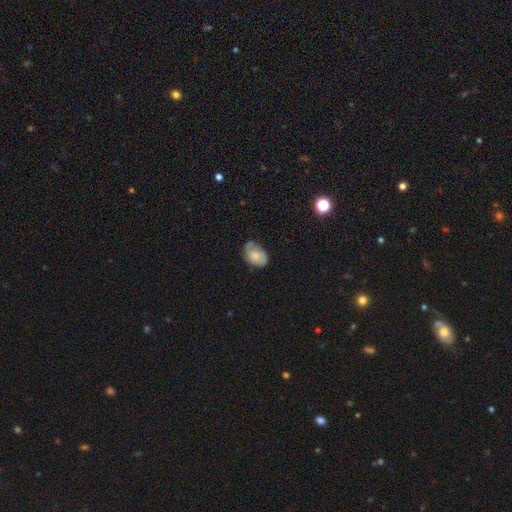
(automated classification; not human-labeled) Overall: smooth (62%; featured or disk 30%). How rounded: in between (83%). Merging: none (54%; minor disturbance 33%).